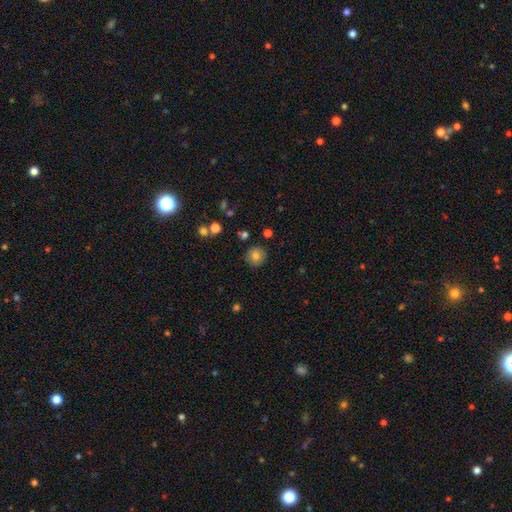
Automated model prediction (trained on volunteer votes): Smooth or featured?
  - smooth: 77% *
  - featured or disk: 12%
  - star or artifact: 10%
How rounded?
  - round: 93% *
  - in between: 6%
  - cigar-shaped: 1%
Merging?
  - none: 88% *
  - minor disturbance: 8%
  - major disturbance: 2%
  - merger: 2%